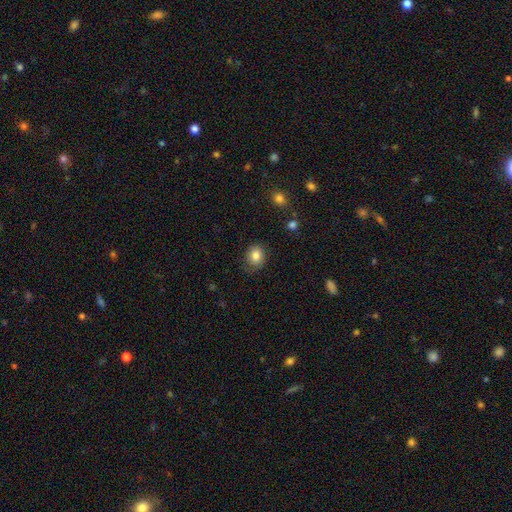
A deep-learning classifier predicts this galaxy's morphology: A smooth galaxy with no disk features (83%) that is round (60%). Merging: none (77%).